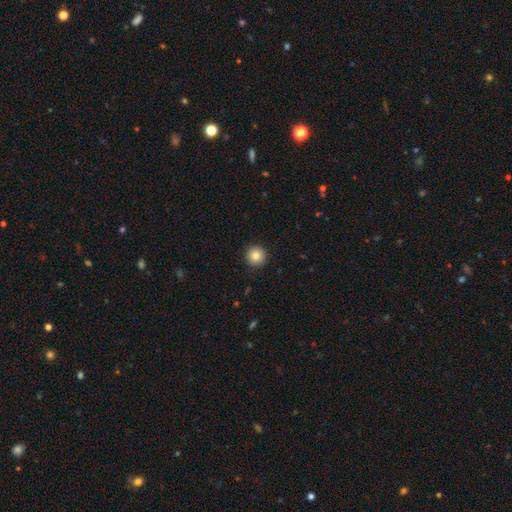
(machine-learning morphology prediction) smooth-or-featured: smooth: 82% | star or artifact: 10% | featured or disk: 8%
  how-rounded: round: 95% | in between: 4% | cigar-shaped: 1%
  merging: none: 91% | minor disturbance: 6% | major disturbance: 2% | merger: 1%